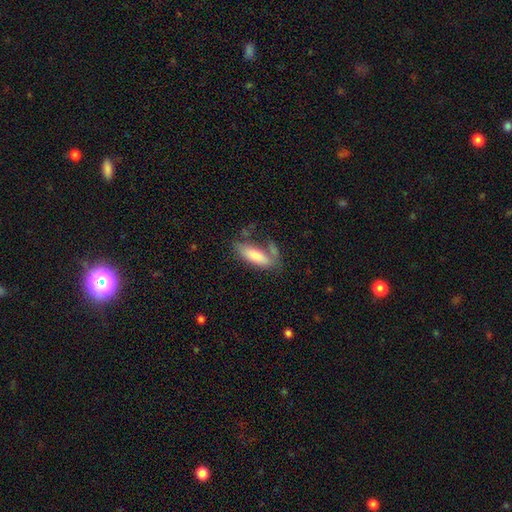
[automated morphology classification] smooth_or_featured: smooth (p=0.78) [alt: featured or disk p=0.15]
how_rounded: in between (p=0.58) [alt: cigar-shaped p=0.40]
merging: none (p=0.53) [alt: minor disturbance p=0.22]